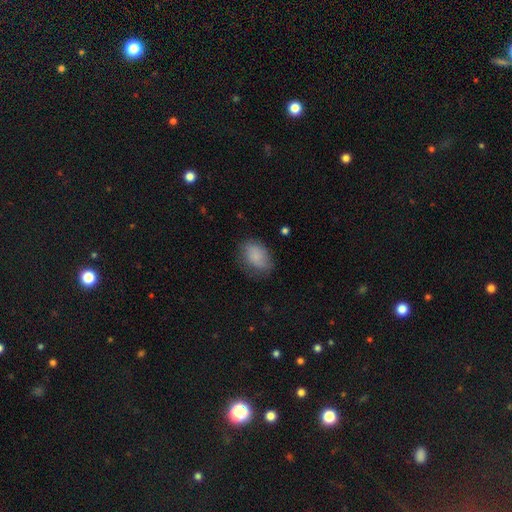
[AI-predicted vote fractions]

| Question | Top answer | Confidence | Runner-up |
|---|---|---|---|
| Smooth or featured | smooth | 83% | featured or disk (9%) |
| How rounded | in between | 81% | round (17%) |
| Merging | none | 67% | minor disturbance (23%) |